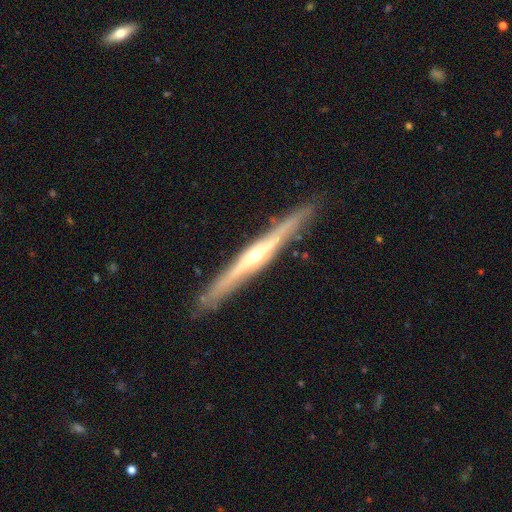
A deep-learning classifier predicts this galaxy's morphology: A featured or disk galaxy (81%) viewed edge-on (96%) with a rounded central bulge (82%). Merging: none (89%).